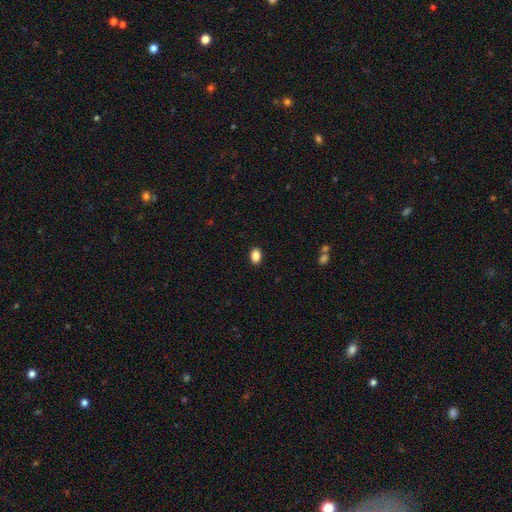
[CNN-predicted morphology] A smooth galaxy with no disk features (87%) that is in between round and cigar-shaped (85%).

Vote fractions:
- Smooth or featured? smooth: 87% / star or artifact: 9% / featured or disk: 4%
- How rounded? in between: 85% / round: 14% / cigar-shaped: 1%
- Merging? none: 90% / minor disturbance: 7% / major disturbance: 2% / merger: 1%